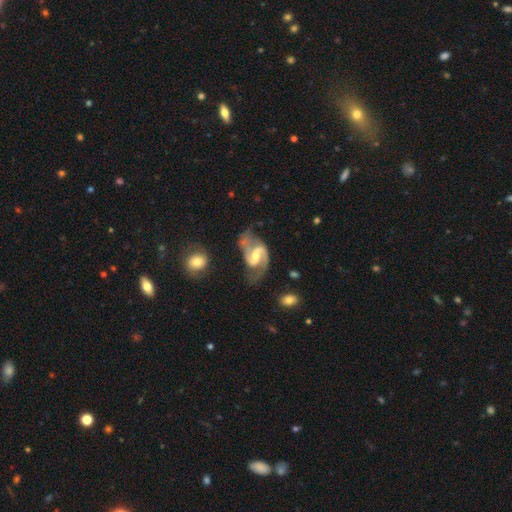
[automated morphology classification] Smooth or featured? featured or disk (91%)
Edge-on disk? no (98%)
Bar? weak (48%)
Spiral arms? yes (97%)
Spiral winding? medium (56%)
Spiral arm count? 2 (92%)
Bulge size? moderate (52%)
Merging? none (62%)